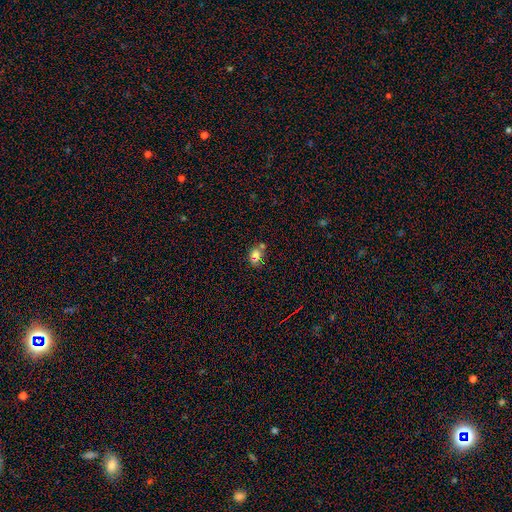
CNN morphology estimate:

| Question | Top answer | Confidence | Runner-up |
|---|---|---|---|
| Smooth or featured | smooth | 69% | star or artifact (20%) |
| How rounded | in between | 61% | round (37%) |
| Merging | none | 60% | merger (19%) |